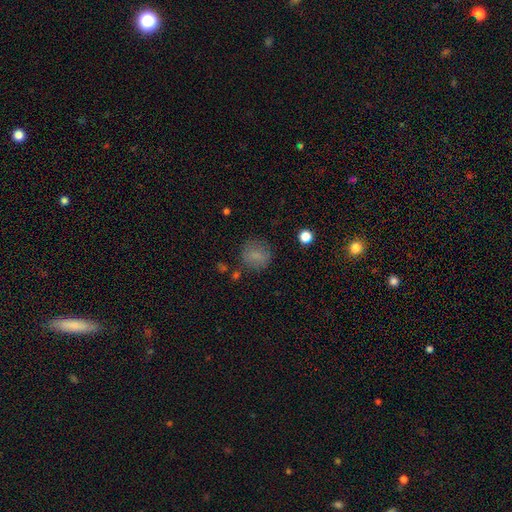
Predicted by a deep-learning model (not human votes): Morphology: type=smooth (76%); roundness=round (81%); merging=none (76%).